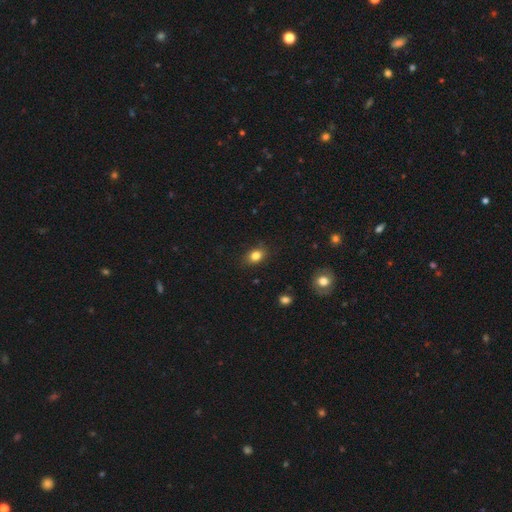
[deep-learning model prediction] Smooth or featured? Predicted: smooth (p=0.82). How rounded? Predicted: in between (p=0.61). Merging? Predicted: none (p=0.83).